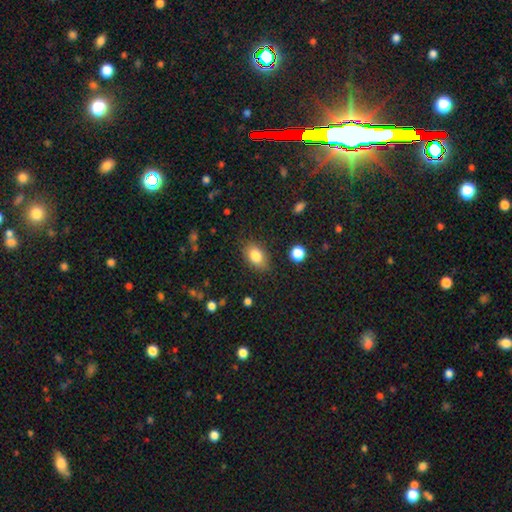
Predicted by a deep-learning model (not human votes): Morphology: type=smooth (82%); roundness=in between (85%); merging=none (81%).